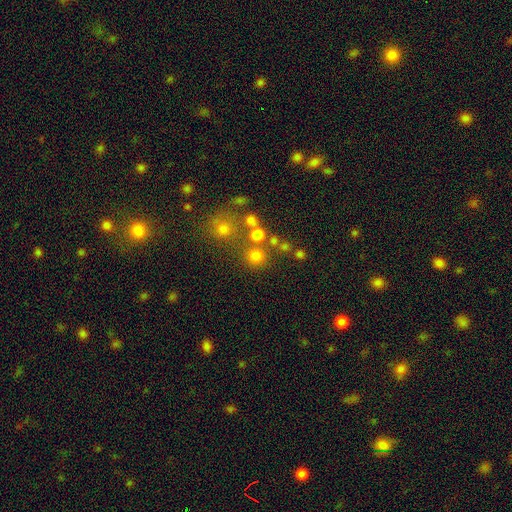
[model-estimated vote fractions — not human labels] Smooth or featured? Predicted: smooth (p=0.73). How rounded? Predicted: round (p=0.91). Merging? Predicted: none (p=0.72).